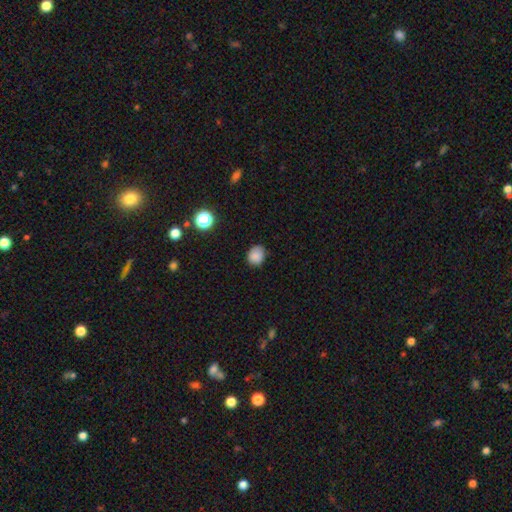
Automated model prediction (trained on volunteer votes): Smooth or featured: smooth — 85% (star or artifact — 11%)
How rounded: round — 66% (in between — 33%)
Merging: none — 78% (minor disturbance — 18%)